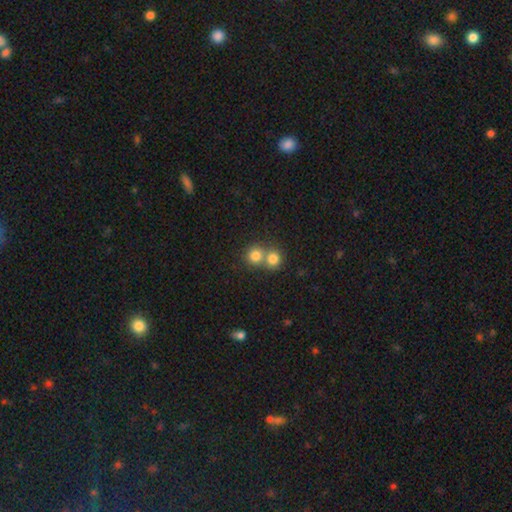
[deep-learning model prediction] Smooth or featured?
  - smooth: 80% *
  - star or artifact: 12%
  - featured or disk: 9%
How rounded?
  - round: 87% *
  - in between: 12%
  - cigar-shaped: 1%
Merging?
  - merger: 51% *
  - none: 42%
  - minor disturbance: 5%
  - major disturbance: 2%